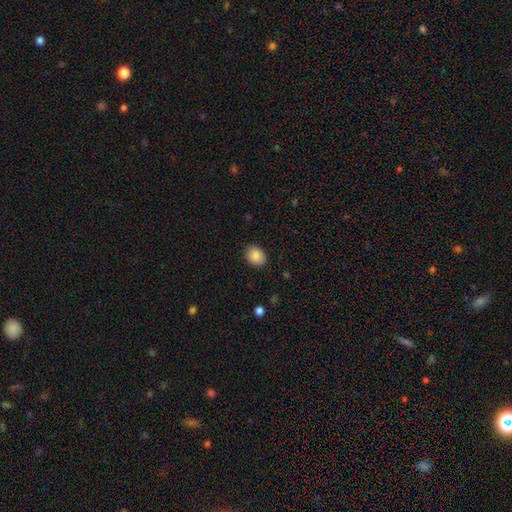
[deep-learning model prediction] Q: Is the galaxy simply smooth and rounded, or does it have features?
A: smooth — 88%.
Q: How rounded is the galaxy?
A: in between — 59%.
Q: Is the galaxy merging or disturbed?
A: none — 88%.